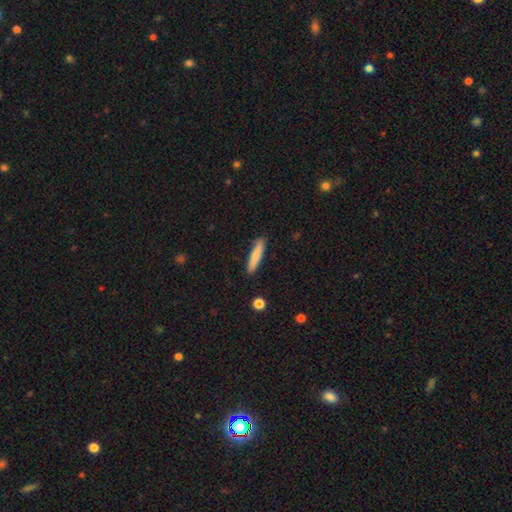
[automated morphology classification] Overall: smooth (78%). How rounded: cigar-shaped (88%). Merging: none (87%).